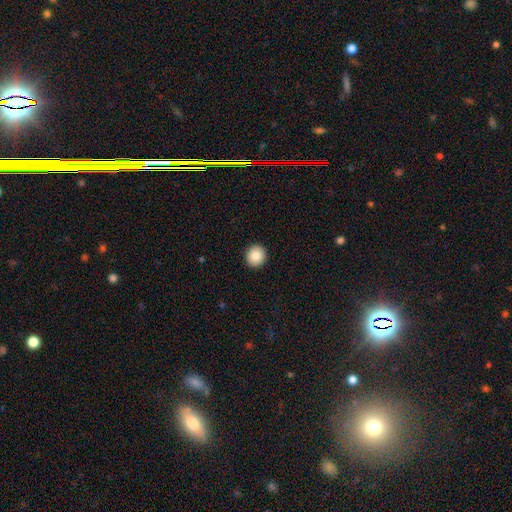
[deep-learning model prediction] Overall: smooth (87%). How rounded: round (93%). Merging: none (93%).